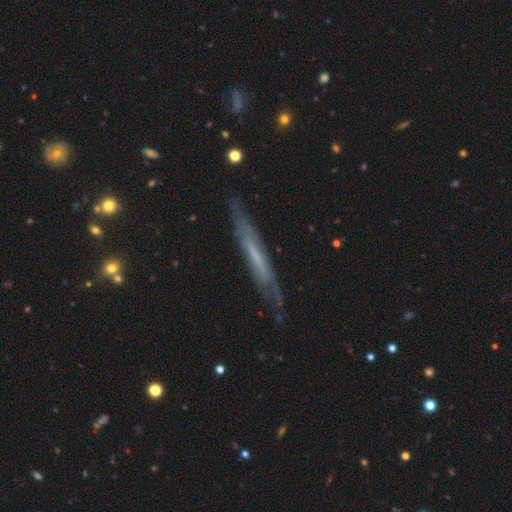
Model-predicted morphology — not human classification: type=featured or disk (63%); edge-on=yes (77%); merging=none (74%).